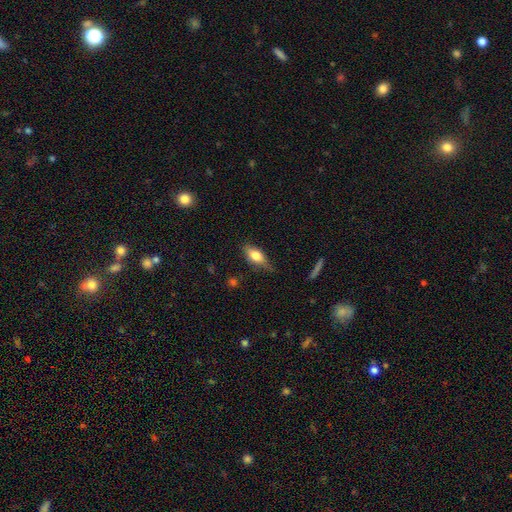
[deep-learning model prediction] Smooth or featured? Predicted: smooth (p=0.70). How rounded? Predicted: in between (p=0.79). Merging? Predicted: none (p=0.64).